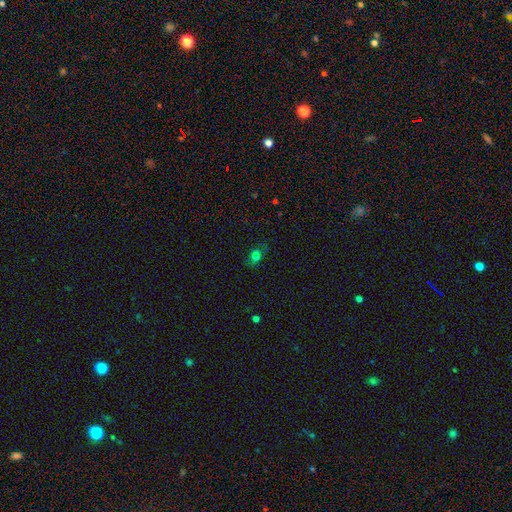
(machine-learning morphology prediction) Q: Smooth or featured?
A: smooth (58%); runner-up: star or artifact (32%)
Q: How rounded?
A: in between (57%); runner-up: round (40%)
Q: Merging?
A: none (57%); runner-up: merger (18%)